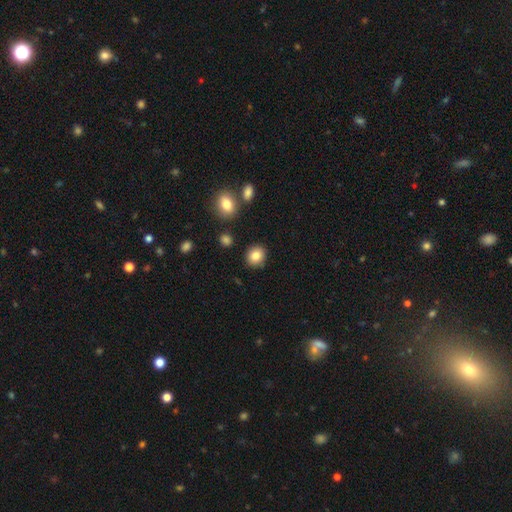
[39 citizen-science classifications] Smooth or featured: smooth — 85% (featured or disk — 8%)
How rounded: round — 79% (in between — 21%)
Merging: none — 83% (minor disturbance — 6%)